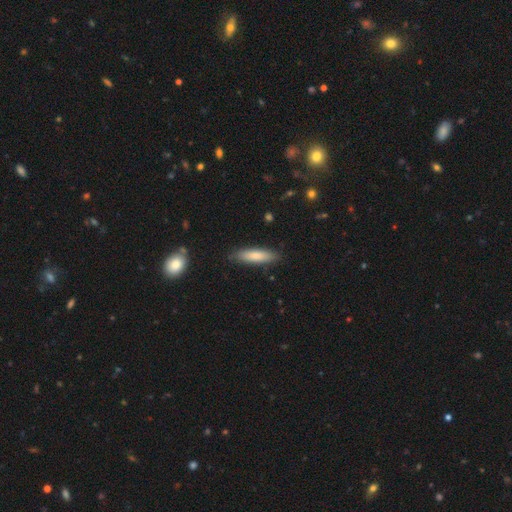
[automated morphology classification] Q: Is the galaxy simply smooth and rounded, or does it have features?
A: smooth — 81%.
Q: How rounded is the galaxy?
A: cigar-shaped — 68%.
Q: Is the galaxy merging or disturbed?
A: none — 85%.